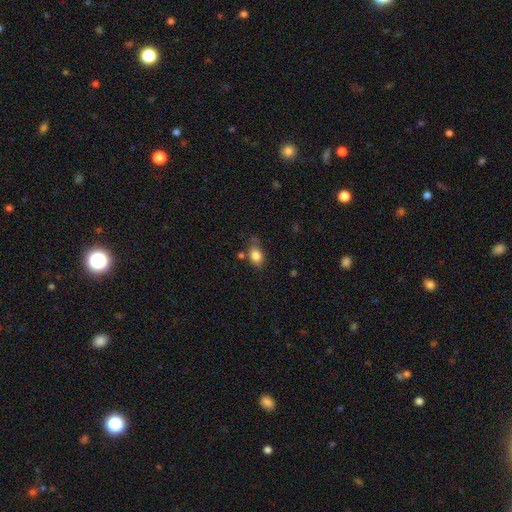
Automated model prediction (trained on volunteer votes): A smooth galaxy with no disk features (84%) that is in between round and cigar-shaped (64%). Merging: none (65%).